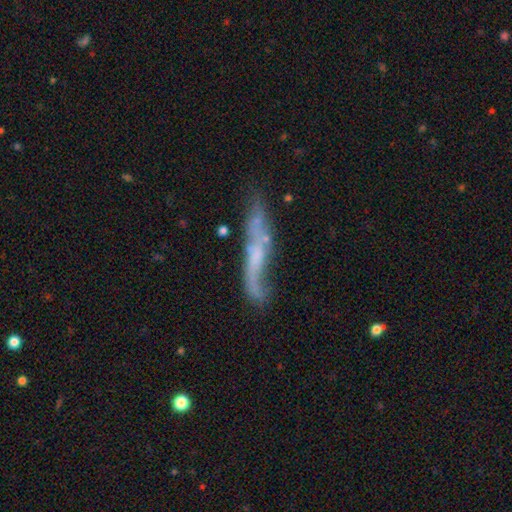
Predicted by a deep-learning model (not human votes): A featured or disk galaxy (57%). Merging: none (42%).